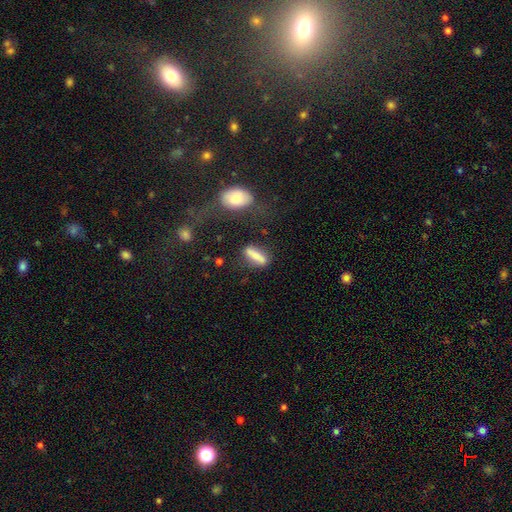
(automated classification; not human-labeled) A smooth galaxy with no disk features (70%) that is cigar-shaped (52%). Merging: none (68%).